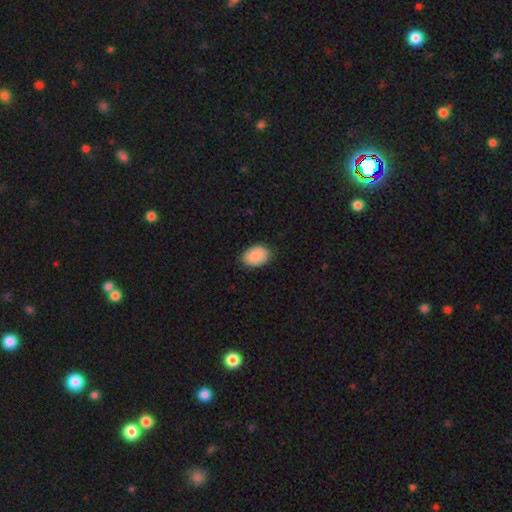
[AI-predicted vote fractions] Smooth or featured: smooth — 90% (star or artifact — 6%)
How rounded: in between — 86% (round — 13%)
Merging: none — 85% (minor disturbance — 12%)